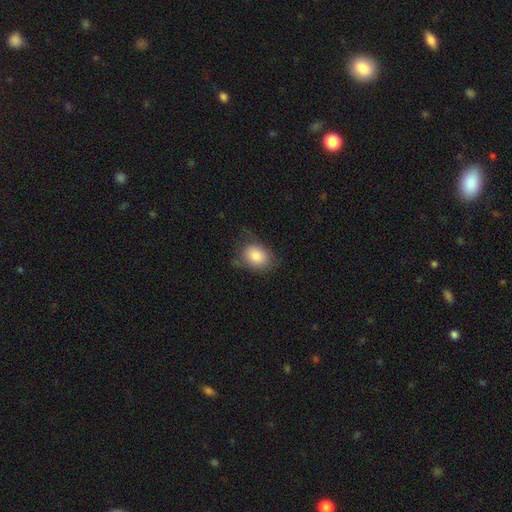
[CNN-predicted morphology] This appears to be a smooth galaxy with no disk features (81%) that is in between round and cigar-shaped (67%). Merging: none (57%).